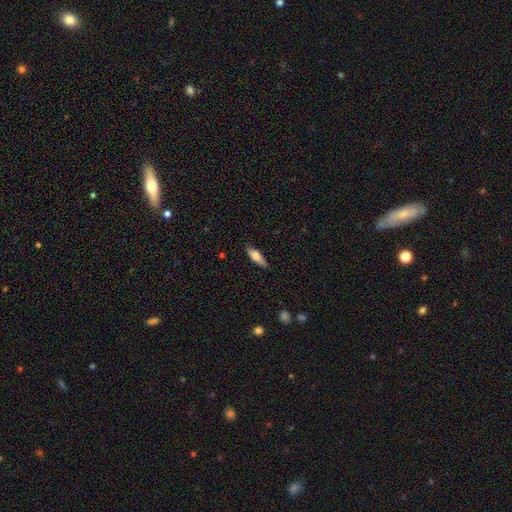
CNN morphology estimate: A smooth galaxy with no disk features (70%) that is in between round and cigar-shaped (50%).

Vote fractions:
- Smooth or featured? smooth: 70% / featured or disk: 23% / star or artifact: 6%
- How rounded? in between: 50% / cigar-shaped: 47% / round: 2%
- Merging? none: 81% / minor disturbance: 15% / major disturbance: 3% / merger: 1%